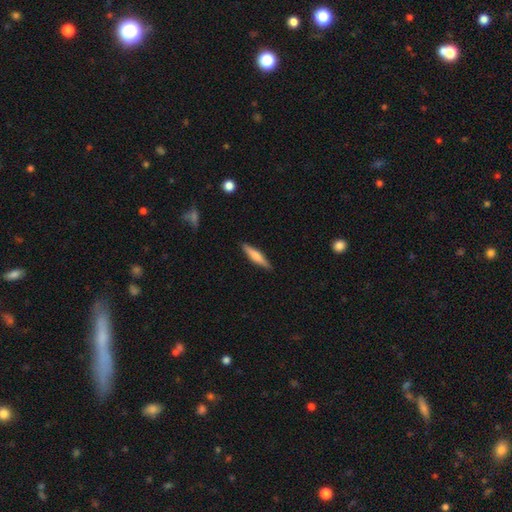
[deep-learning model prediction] Smooth or featured? smooth (65%)
How rounded? cigar-shaped (84%)
Merging? none (88%)